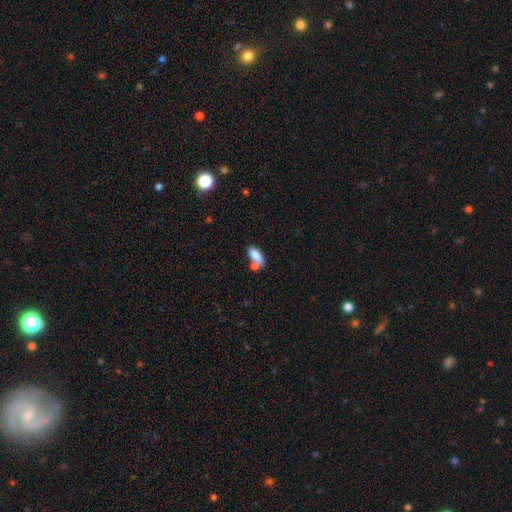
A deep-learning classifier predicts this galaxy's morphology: A smooth galaxy with no disk features (82%) that is in between round and cigar-shaped (81%). Merging: none (45%).